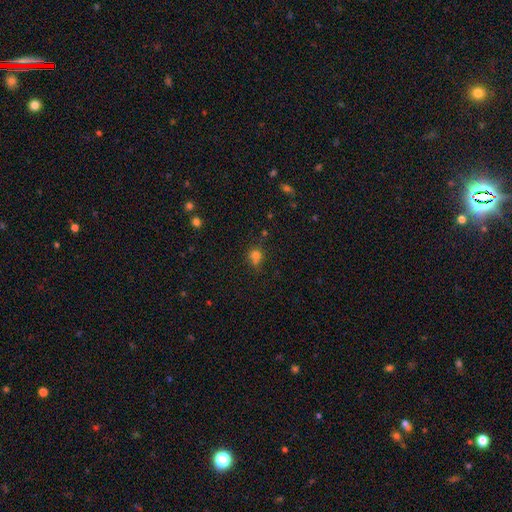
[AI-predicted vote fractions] smooth-or-featured: smooth: 74% | star or artifact: 17% | featured or disk: 9%
  how-rounded: round: 74% | in between: 25% | cigar-shaped: 1%
  merging: none: 53% | merger: 20% | minor disturbance: 19% | major disturbance: 7%